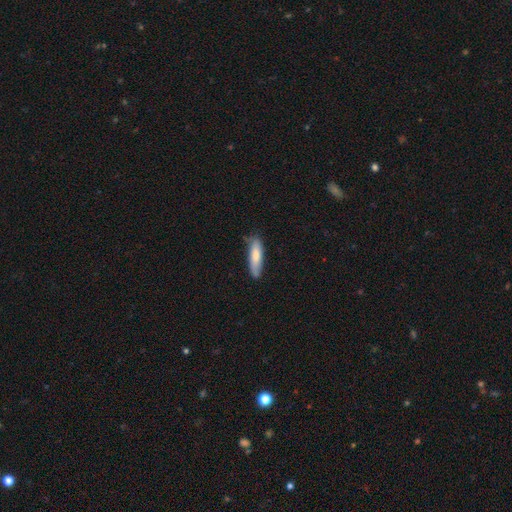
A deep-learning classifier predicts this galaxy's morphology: This is likely a smooth galaxy (76%). How rounded: likely cigar-shaped (63%). Merging: likely none (70%).